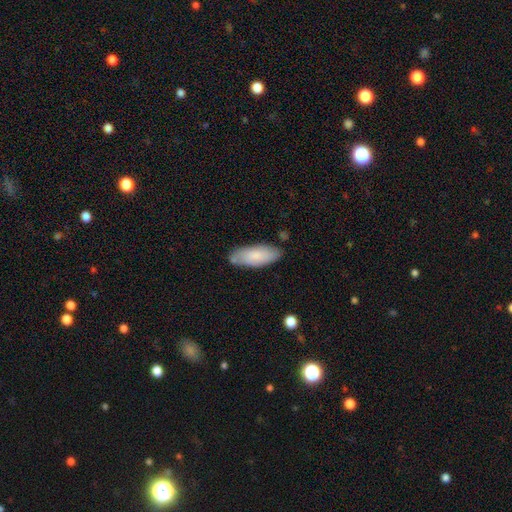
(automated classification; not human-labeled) A smooth galaxy with no disk features (80%) that is in between round and cigar-shaped (77%). Merging: none (76%).